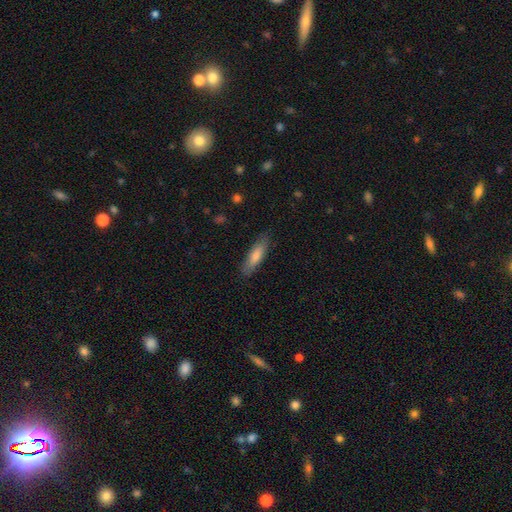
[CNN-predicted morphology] smooth_or_featured: smooth (p=0.72) [alt: featured or disk p=0.22]
how_rounded: cigar-shaped (p=0.69) [alt: in between p=0.30]
merging: none (p=0.85) [alt: minor disturbance p=0.12]